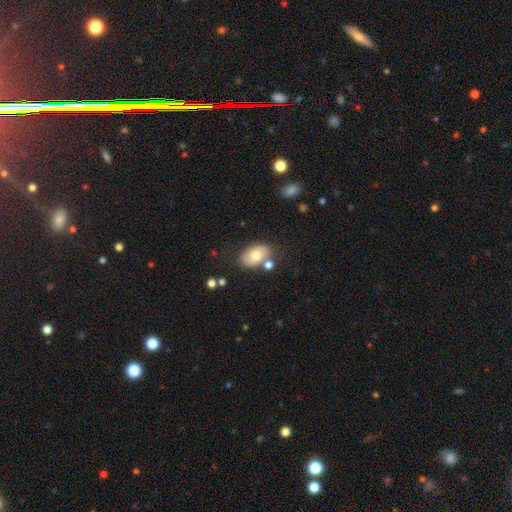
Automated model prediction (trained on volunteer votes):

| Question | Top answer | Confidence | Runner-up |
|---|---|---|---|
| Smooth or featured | smooth | 69% | featured or disk (24%) |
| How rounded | in between | 86% | round (12%) |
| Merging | none | 68% | minor disturbance (15%) |